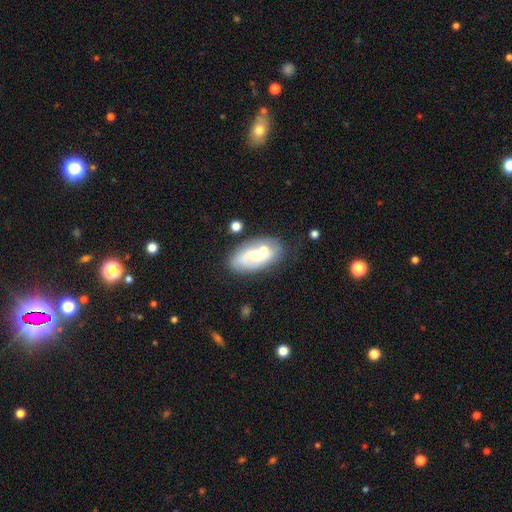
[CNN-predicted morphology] A featured or disk galaxy (58%) with no bar (70%), spiral arms (68%) and a moderate central bulge (51%). Merging: none (51%).